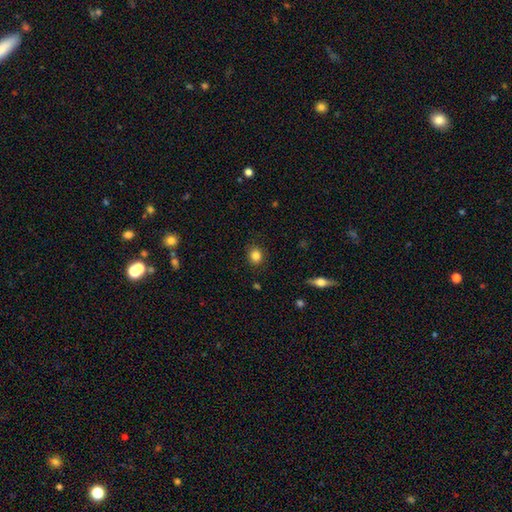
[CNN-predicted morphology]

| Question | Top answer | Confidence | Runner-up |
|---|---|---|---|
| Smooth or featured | smooth | 85% | star or artifact (10%) |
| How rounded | round | 75% | in between (24%) |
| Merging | none | 87% | minor disturbance (9%) |